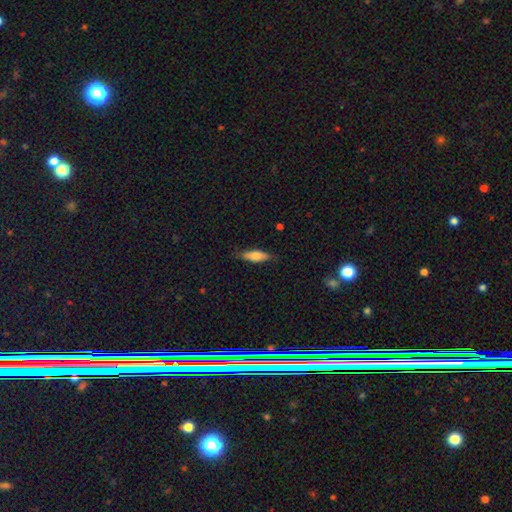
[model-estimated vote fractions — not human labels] smooth-or-featured: smooth: 69% | featured or disk: 25% | star or artifact: 6%
  how-rounded: cigar-shaped: 53% | in between: 45% | round: 2%
  merging: none: 80% | minor disturbance: 16% | major disturbance: 3% | merger: 1%